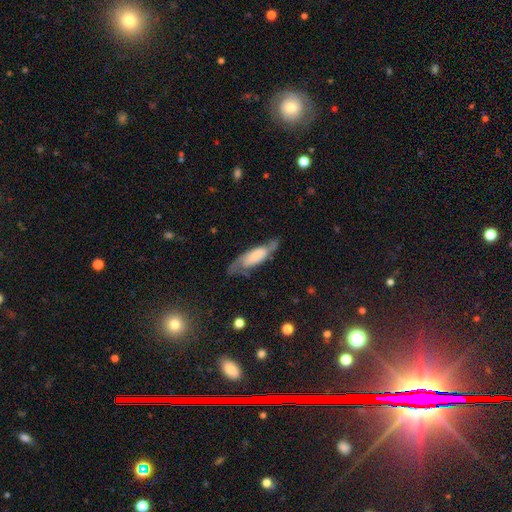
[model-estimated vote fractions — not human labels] A featured or disk galaxy (58%).

Vote fractions:
- Smooth or featured? featured or disk: 58% / smooth: 35% / star or artifact: 7%
- Edge-on disk? no: 79% / yes: 21%
- Merging? none: 58% / minor disturbance: 25% / major disturbance: 14% / merger: 2%